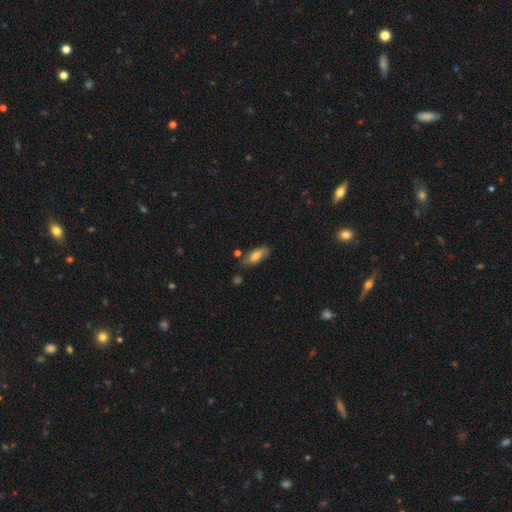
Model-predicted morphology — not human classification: This appears to be a smooth galaxy with no disk features (65%) that is in between round and cigar-shaped (81%). Merging: none (69%).